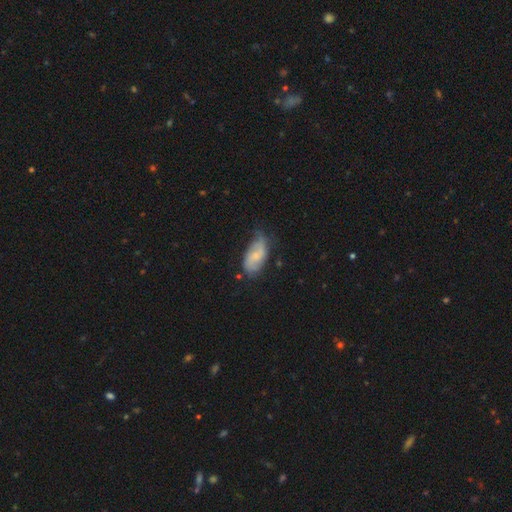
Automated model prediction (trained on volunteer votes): smooth_or_featured: smooth (p=0.48) [alt: featured or disk p=0.44]
merging: none (p=0.50) [alt: minor disturbance p=0.36]